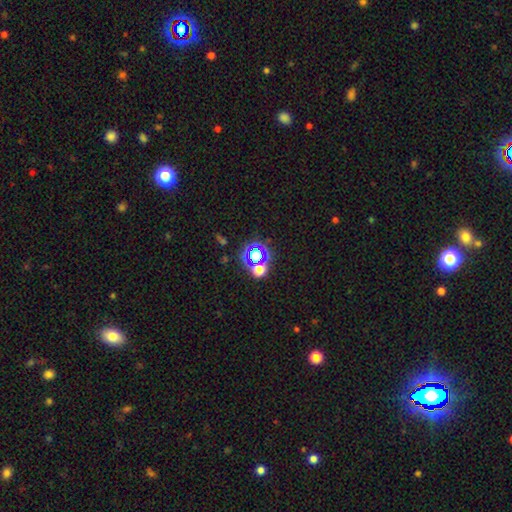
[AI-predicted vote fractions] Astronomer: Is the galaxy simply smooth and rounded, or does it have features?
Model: star or artifact — 61%.